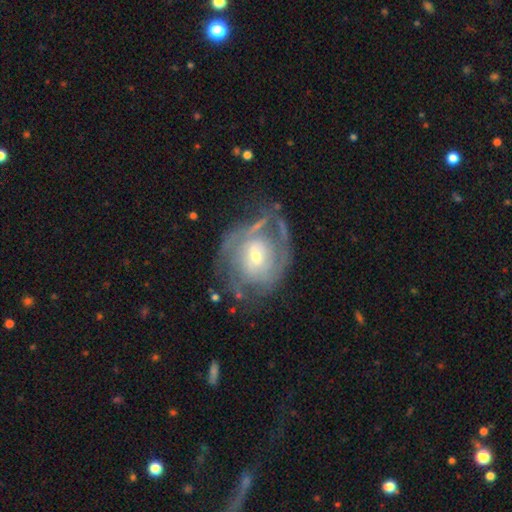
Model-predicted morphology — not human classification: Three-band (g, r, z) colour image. It shows a featured or disk galaxy (79%) with no bar (53%), tight (58%) spiral arms (84%) and a small central bulge (54%). Merging: none (54%).